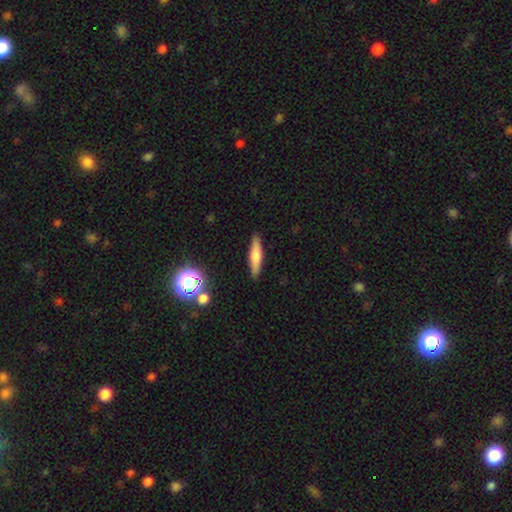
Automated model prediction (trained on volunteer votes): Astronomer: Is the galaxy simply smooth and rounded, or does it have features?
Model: smooth — 67%.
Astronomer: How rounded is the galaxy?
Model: cigar-shaped — 78%.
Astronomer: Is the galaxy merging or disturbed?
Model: none — 88%.